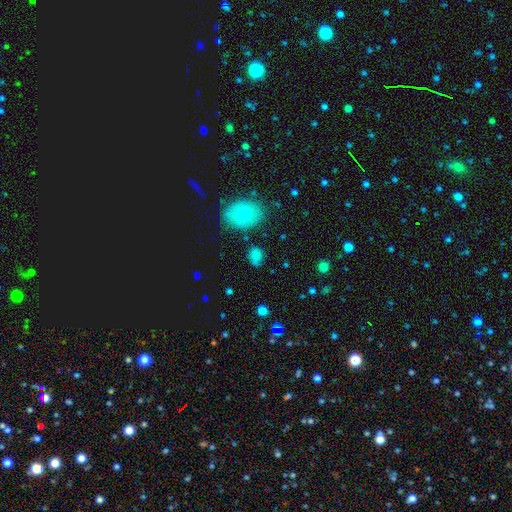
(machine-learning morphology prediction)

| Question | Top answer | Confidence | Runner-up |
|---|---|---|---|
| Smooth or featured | smooth | 74% | star or artifact (14%) |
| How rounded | in between | 53% | round (46%) |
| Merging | none | 73% | minor disturbance (17%) |